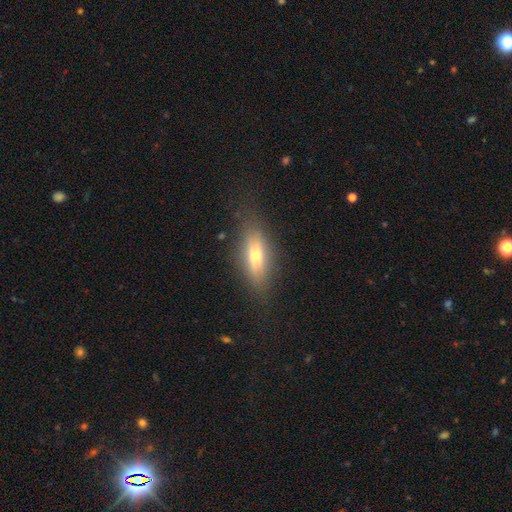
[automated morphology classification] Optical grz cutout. It shows a smooth galaxy with no disk features (56%) that is in between round and cigar-shaped (53%). Merging: none (79%).